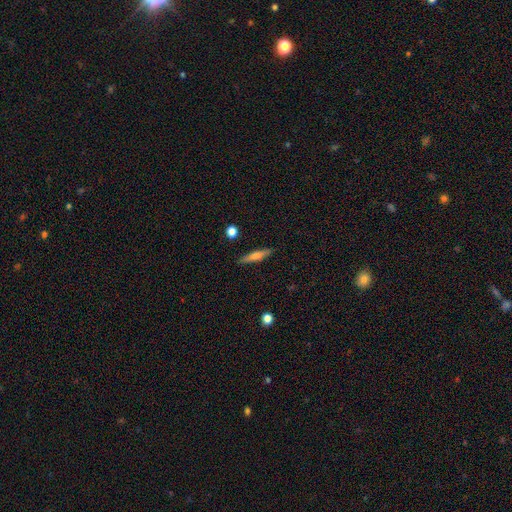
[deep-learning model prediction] Overall: smooth (54%; featured or disk 39%). How rounded: cigar-shaped (86%). Merging: none (89%).